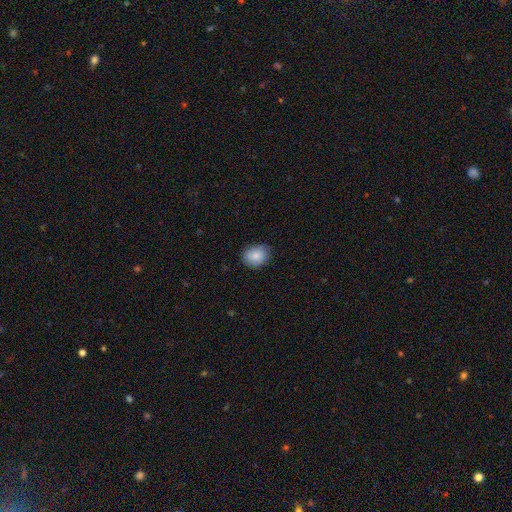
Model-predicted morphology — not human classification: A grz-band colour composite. It shows a smooth galaxy with no disk features (85%) that is round (52%). Merging: none (80%).